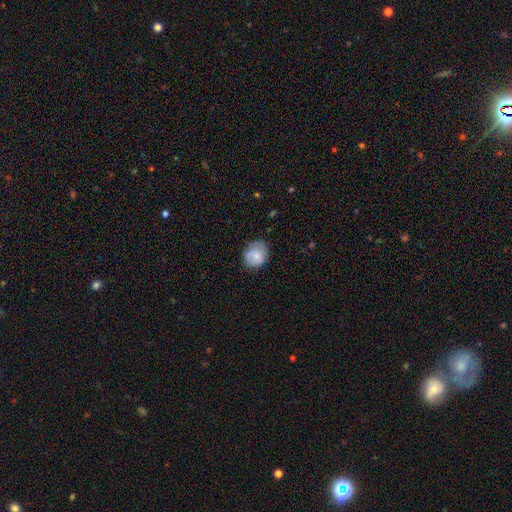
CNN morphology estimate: Smooth or featured? smooth (72%)
How rounded? round (57%)
Merging? none (65%)